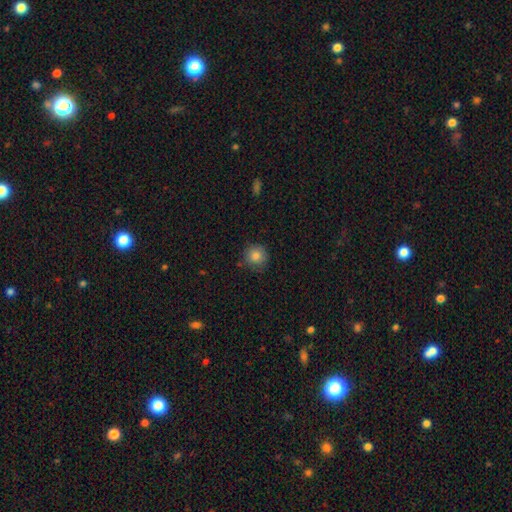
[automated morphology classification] A smooth galaxy with no disk features (83%) that is round (93%).

Vote fractions:
- Smooth or featured? smooth: 83% / star or artifact: 10% / featured or disk: 7%
- How rounded? round: 93% / in between: 6% / cigar-shaped: 1%
- Merging? none: 83% / minor disturbance: 13% / major disturbance: 3% / merger: 2%